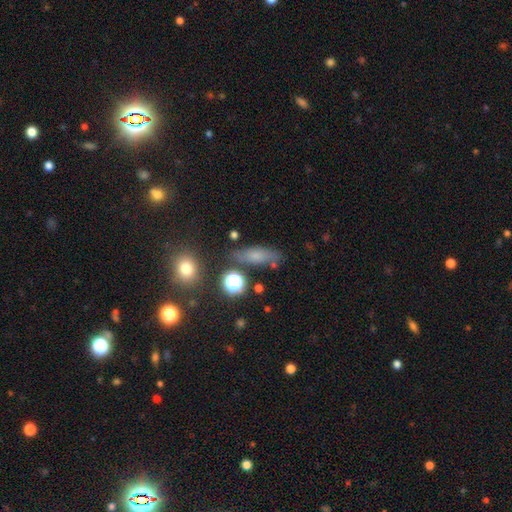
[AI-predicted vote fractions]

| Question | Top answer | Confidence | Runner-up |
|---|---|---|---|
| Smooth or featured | smooth | 63% | featured or disk (19%) |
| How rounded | in between | 47% | cigar-shaped (41%) |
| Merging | none | 72% | minor disturbance (16%) |